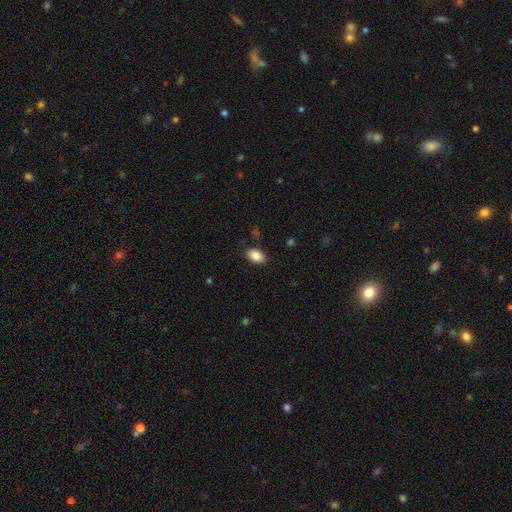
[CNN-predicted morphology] smooth 87%, star or artifact 8%, featured or disk 5%. Down the decision tree: how rounded — in between (90%); merging — none (85%).